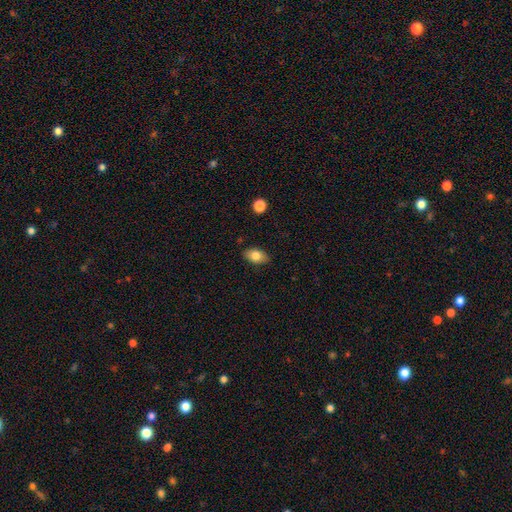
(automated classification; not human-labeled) A smooth galaxy with no disk features (80%) that is in between round and cigar-shaped (89%).

Vote fractions:
- Smooth or featured? smooth: 80% / featured or disk: 12% / star or artifact: 8%
- How rounded? in between: 89% / round: 9% / cigar-shaped: 2%
- Merging? none: 86% / minor disturbance: 11% / major disturbance: 2% / merger: 1%